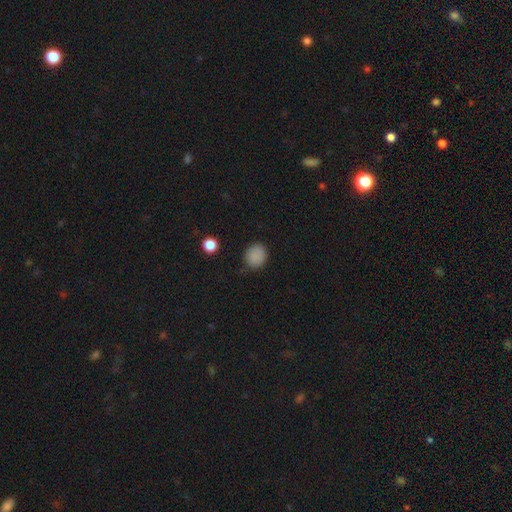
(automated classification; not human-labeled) smooth-or-featured: smooth: 86% | star or artifact: 11% | featured or disk: 3%
  how-rounded: round: 80% | in between: 20% | cigar-shaped: 1%
  merging: none: 85% | minor disturbance: 11% | major disturbance: 3% | merger: 1%